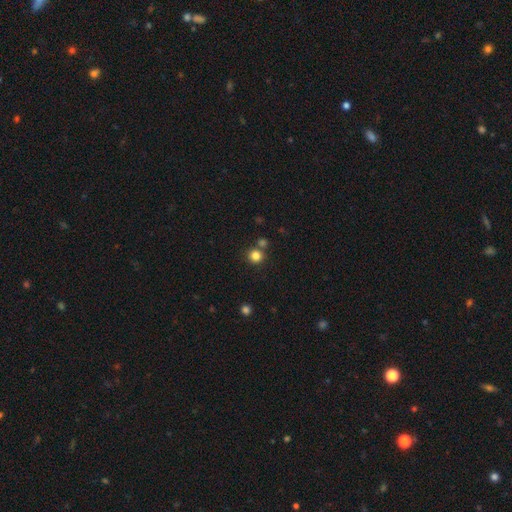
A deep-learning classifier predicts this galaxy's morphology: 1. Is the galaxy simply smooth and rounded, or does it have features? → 83% smooth, 12% star or artifact, 5% featured or disk.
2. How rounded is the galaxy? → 92% round, 7% in between, 1% cigar-shaped.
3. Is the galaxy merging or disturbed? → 74% none, 16% merger, 7% minor disturbance, 3% major disturbance.